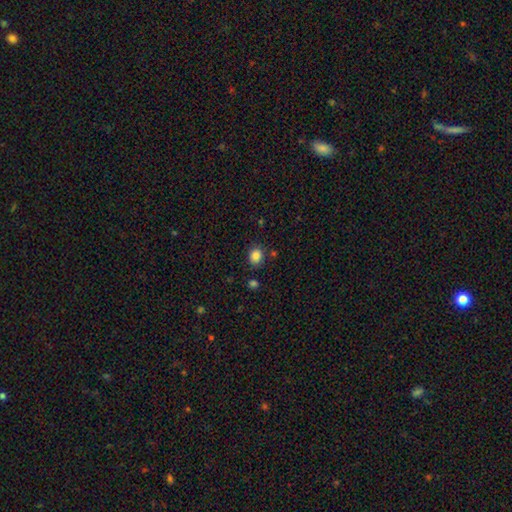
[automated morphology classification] smooth_or_featured: smooth (p=0.85) [alt: star or artifact p=0.11]
how_rounded: round (p=0.64) [alt: in between p=0.35]
merging: none (p=0.82) [alt: minor disturbance p=0.10]